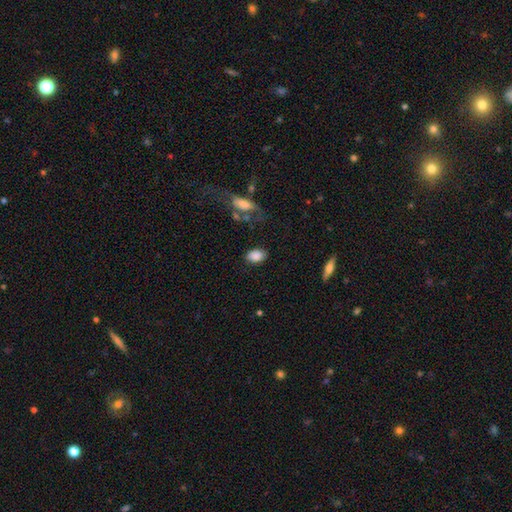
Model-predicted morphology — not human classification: Smooth or featured?
  - smooth: 87% *
  - star or artifact: 8%
  - featured or disk: 6%
How rounded?
  - in between: 84% *
  - round: 15%
  - cigar-shaped: 2%
Merging?
  - none: 79% *
  - minor disturbance: 13%
  - major disturbance: 5%
  - merger: 3%